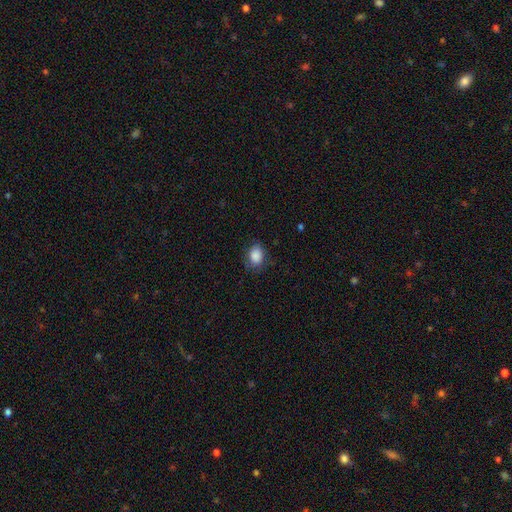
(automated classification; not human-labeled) A smooth galaxy with no disk features (86%) that is in between round and cigar-shaped (66%).

Vote fractions:
- Smooth or featured? smooth: 86% / star or artifact: 8% / featured or disk: 6%
- How rounded? in between: 66% / round: 33% / cigar-shaped: 1%
- Merging? none: 72% / minor disturbance: 21% / major disturbance: 6% / merger: 1%